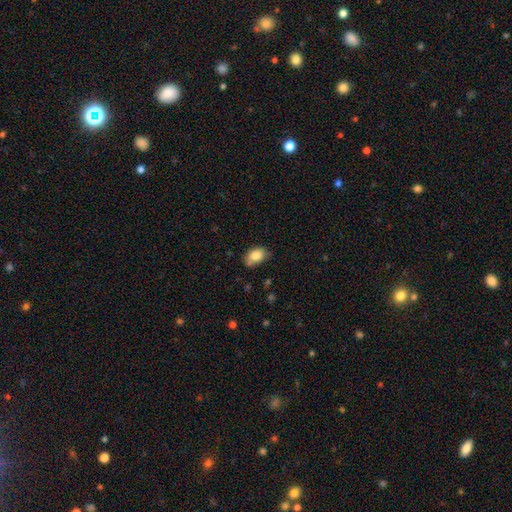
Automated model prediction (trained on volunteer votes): smooth 83%, featured or disk 9%, star or artifact 8%. Down the decision tree: how rounded — in between (81%); merging — none (59%).